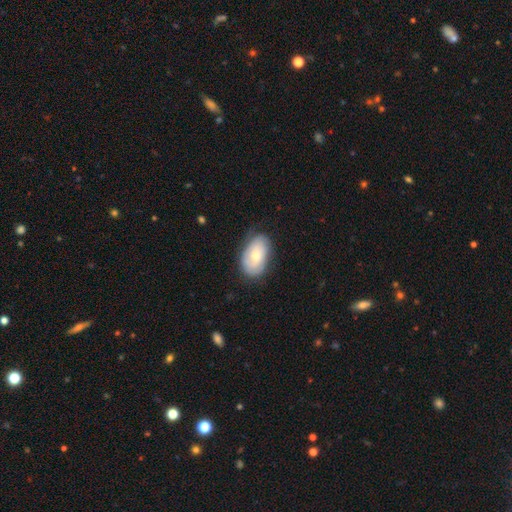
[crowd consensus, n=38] smooth-or-featured: smooth: 63% | featured or disk: 32% | star or artifact: 5%
  how-rounded: in between: 83% | round: 17% | cigar-shaped: 0%
  merging: none: 67% | minor disturbance: 33% | major disturbance: 0% | merger: 0%